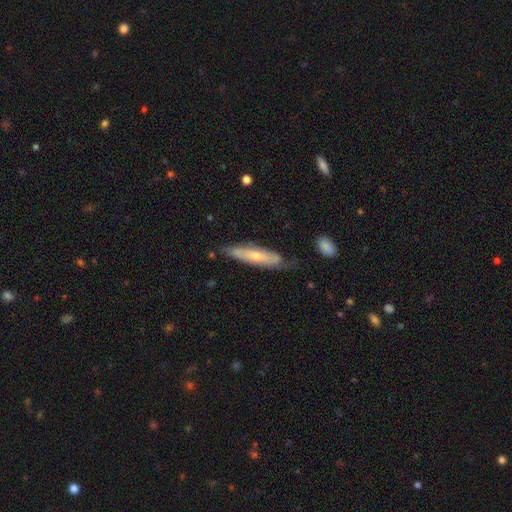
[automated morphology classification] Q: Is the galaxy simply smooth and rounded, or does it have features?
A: featured or disk — 53%.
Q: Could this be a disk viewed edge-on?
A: yes — 51%.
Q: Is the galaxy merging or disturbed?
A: none — 64%.